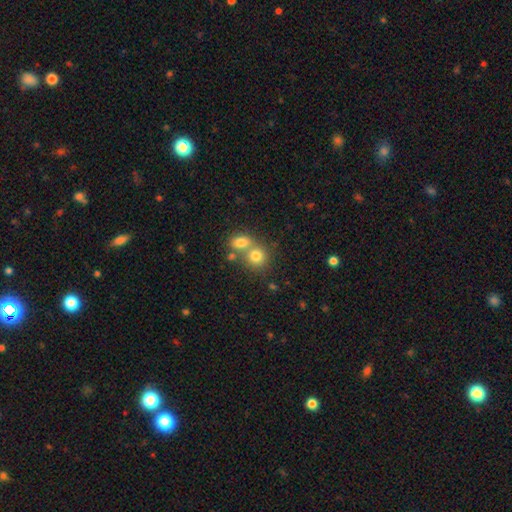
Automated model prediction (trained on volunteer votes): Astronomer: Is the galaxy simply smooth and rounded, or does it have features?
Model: smooth — 78%.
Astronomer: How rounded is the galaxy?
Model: round — 75%.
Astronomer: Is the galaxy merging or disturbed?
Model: merger — 49% (runner-up: none, 41%).